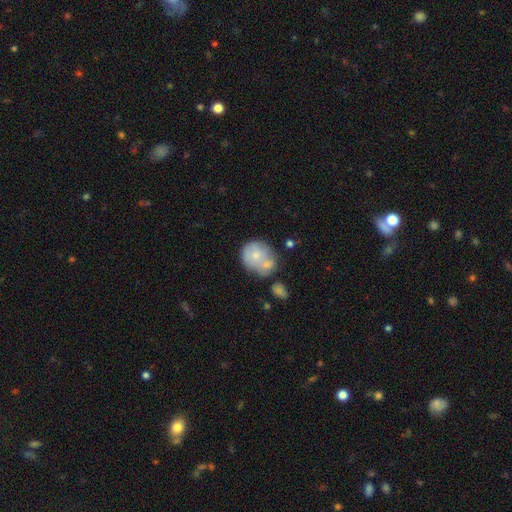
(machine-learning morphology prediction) A smooth galaxy with no disk features (61%) that is round (71%).

Vote fractions:
- Smooth or featured? smooth: 61% / featured or disk: 32% / star or artifact: 7%
- How rounded? round: 71% / in between: 28% / cigar-shaped: 1%
- Merging? merger: 44% / none: 30% / minor disturbance: 18% / major disturbance: 7%